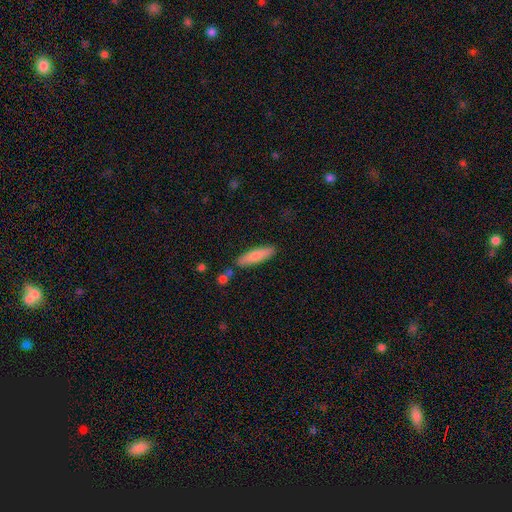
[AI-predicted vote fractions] Smooth or featured? Predicted: smooth (p=0.78). How rounded? Predicted: cigar-shaped (p=0.72). Merging? Predicted: none (p=0.82).